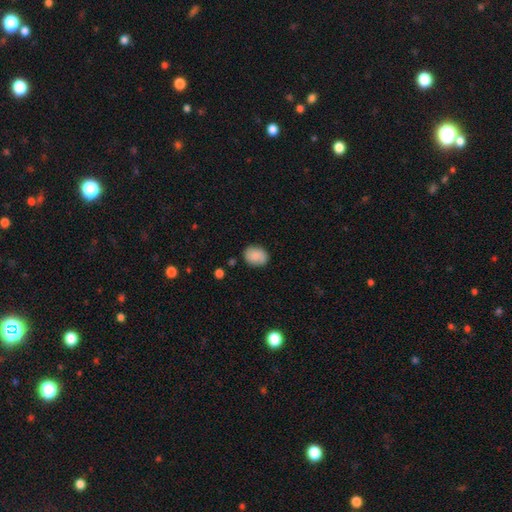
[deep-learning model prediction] Q: Smooth or featured?
A: smooth (83%); runner-up: featured or disk (10%)
Q: How rounded?
A: in between (52%); runner-up: round (47%)
Q: Merging?
A: none (81%); runner-up: minor disturbance (14%)